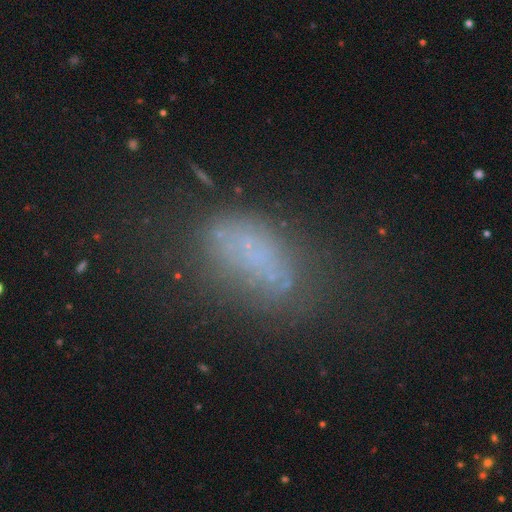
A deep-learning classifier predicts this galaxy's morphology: A smooth galaxy with no disk features (54%) that is in between round and cigar-shaped (82%).

Vote fractions:
- Smooth or featured? smooth: 54% / featured or disk: 28% / star or artifact: 19%
- How rounded? in between: 82% / cigar-shaped: 13% / round: 5%
- Merging? none: 46% / minor disturbance: 24% / major disturbance: 24% / merger: 7%